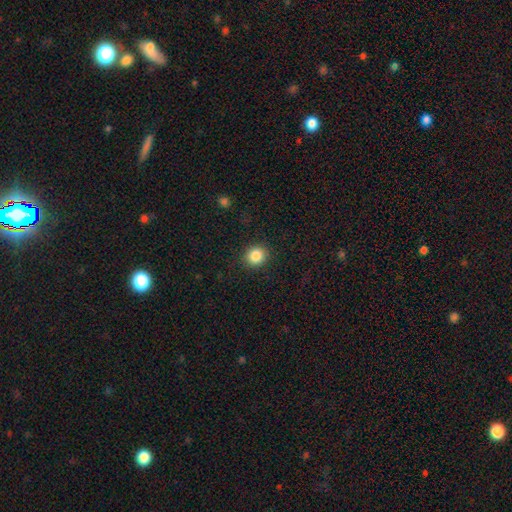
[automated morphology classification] This appears to be a smooth galaxy with no disk features (86%) that is round (84%). Merging: none (90%).